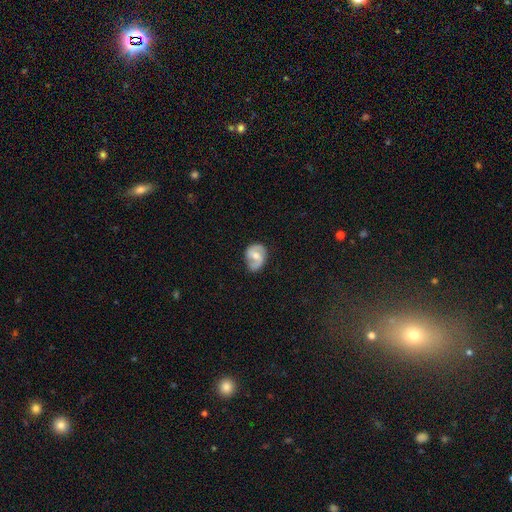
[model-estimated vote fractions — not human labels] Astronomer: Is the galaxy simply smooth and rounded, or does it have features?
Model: featured or disk — 67%.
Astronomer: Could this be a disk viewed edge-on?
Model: no — 97%.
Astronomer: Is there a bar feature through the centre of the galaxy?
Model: weak — 47% (runner-up: no, 37%).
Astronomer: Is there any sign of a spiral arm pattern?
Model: yes — 87%.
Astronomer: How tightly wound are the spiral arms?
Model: medium — 46% (runner-up: loose, 32%).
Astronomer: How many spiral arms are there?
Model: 2 — 83%.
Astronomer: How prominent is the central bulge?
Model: moderate — 65%.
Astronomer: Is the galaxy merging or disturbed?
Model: none — 68%.